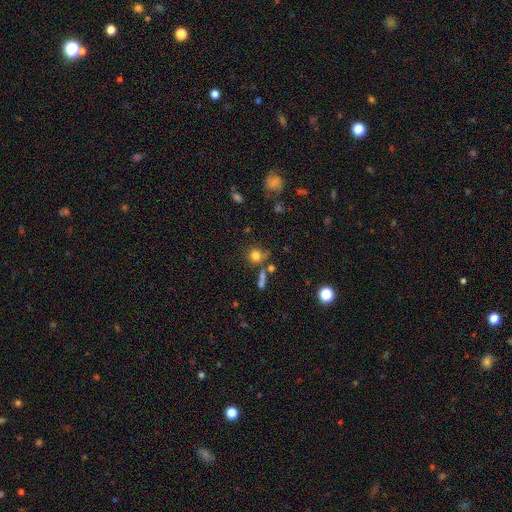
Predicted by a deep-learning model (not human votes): smooth-or-featured: smooth: 76% | star or artifact: 14% | featured or disk: 10%
  how-rounded: round: 85% | in between: 13% | cigar-shaped: 2%
  merging: none: 63% | minor disturbance: 15% | merger: 14% | major disturbance: 8%